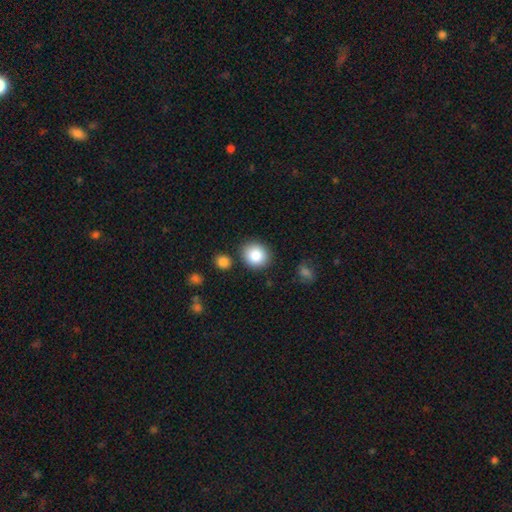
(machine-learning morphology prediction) smooth-or-featured: smooth: 86% | star or artifact: 8% | featured or disk: 6%
  how-rounded: round: 81% | in between: 18% | cigar-shaped: 1%
  merging: none: 84% | minor disturbance: 9% | merger: 5% | major disturbance: 3%